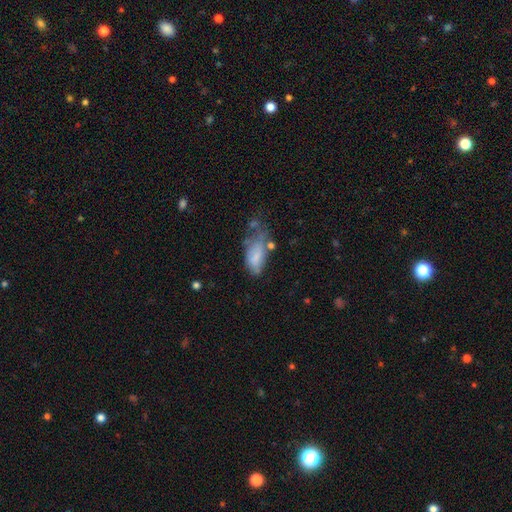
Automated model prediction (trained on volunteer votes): A smooth galaxy with no disk features (68%) that is in between round and cigar-shaped (90%).

Vote fractions:
- Smooth or featured? smooth: 68% / featured or disk: 23% / star or artifact: 8%
- How rounded? in between: 90% / cigar-shaped: 7% / round: 3%
- Merging? major disturbance: 34% / minor disturbance: 32% / none: 24% / merger: 10%